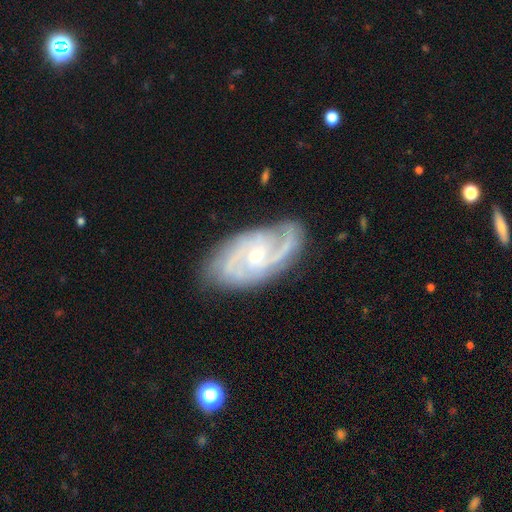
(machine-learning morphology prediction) This appears to be a featured or disk galaxy (88%) with no bar (58%), 2 (44%) medium (46%) spiral arms (97%) and a small central bulge (60%). Merging: none (77%).